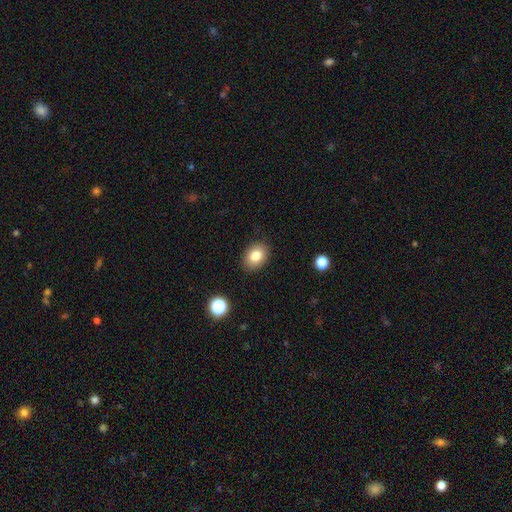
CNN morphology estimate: Smooth or featured? Predicted: smooth (p=0.82). How rounded? Predicted: in between (p=0.69). Merging? Predicted: none (p=0.88).